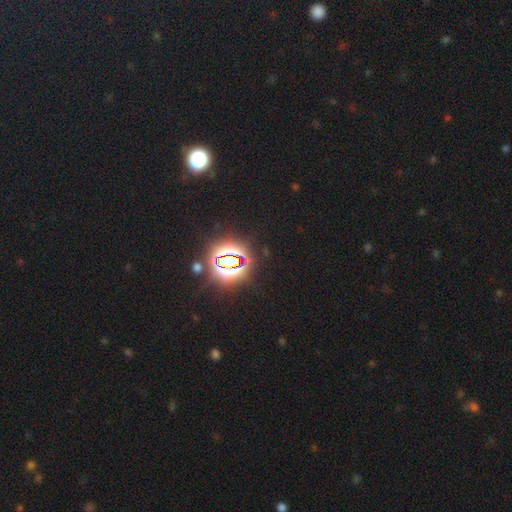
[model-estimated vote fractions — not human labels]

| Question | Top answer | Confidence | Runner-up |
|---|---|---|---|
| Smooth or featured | star or artifact | 78% | smooth (17%) |